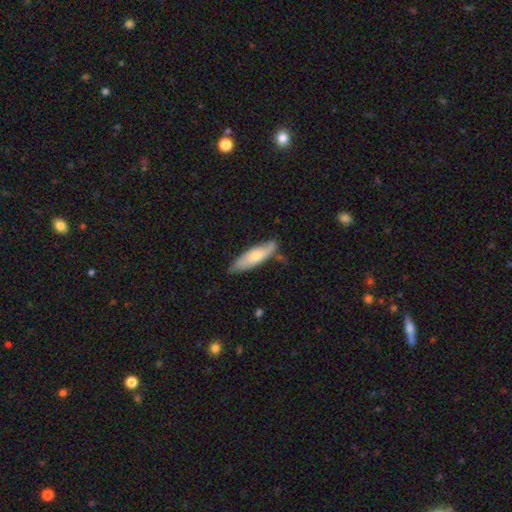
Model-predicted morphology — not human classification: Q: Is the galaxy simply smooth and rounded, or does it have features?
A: smooth — 61%.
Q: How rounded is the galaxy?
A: cigar-shaped — 57%.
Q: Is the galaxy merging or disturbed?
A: none — 74%.